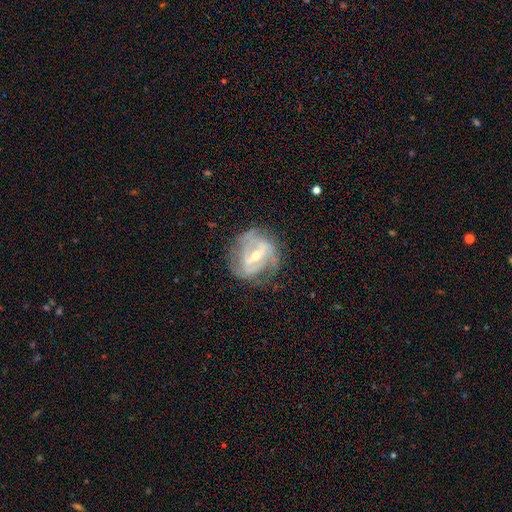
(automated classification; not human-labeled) smooth_or_featured: featured or disk (p=0.85) [alt: smooth p=0.09]
disk_edge_on: no (p=0.96) [alt: yes p=0.04]
bar: strong (p=0.52) [alt: weak p=0.35]
has_spiral_arms: yes (p=0.85) [alt: no p=0.15]
spiral_winding: tight (p=0.44) [alt: medium p=0.40]
spiral_arm_count: 2 (p=0.45) [alt: can't tell p=0.28]
bulge_size: small (p=0.50) [alt: moderate p=0.47]
merging: none (p=0.65) [alt: minor disturbance p=0.21]